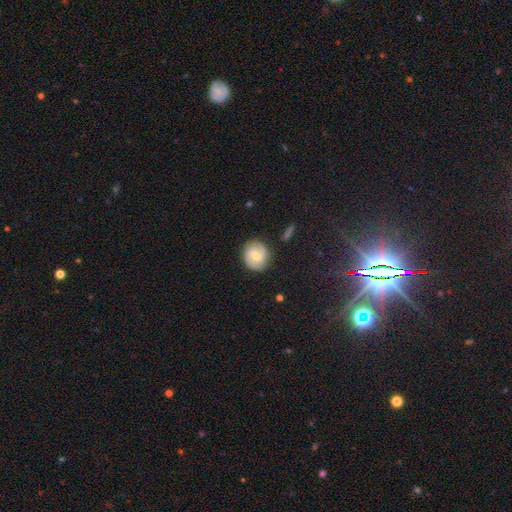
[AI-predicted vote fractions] Smooth or featured? featured or disk (58%)
Edge-on disk? no (97%)
Bar? weak (54%)
Spiral arms? yes (86%)
Bulge size? moderate (54%)
Merging? none (83%)